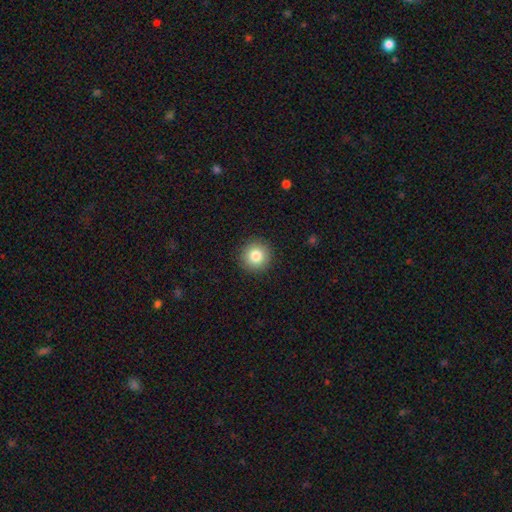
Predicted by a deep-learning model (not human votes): Smooth or featured: smooth — 83% (star or artifact — 10%)
How rounded: round — 95% (in between — 4%)
Merging: none — 93% (minor disturbance — 5%)